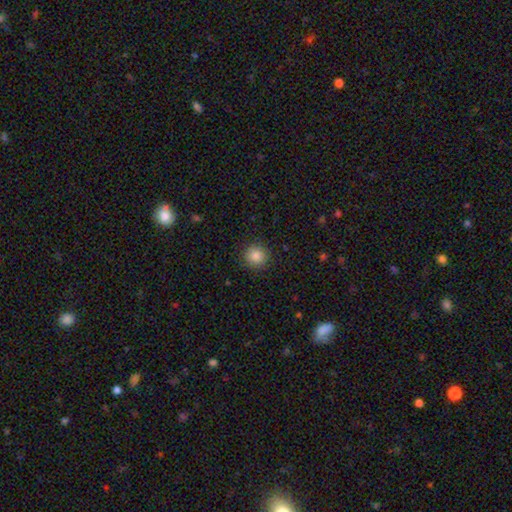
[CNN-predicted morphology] Smooth or featured: smooth — 86% (star or artifact — 10%)
How rounded: round — 94% (in between — 5%)
Merging: none — 91% (minor disturbance — 6%)